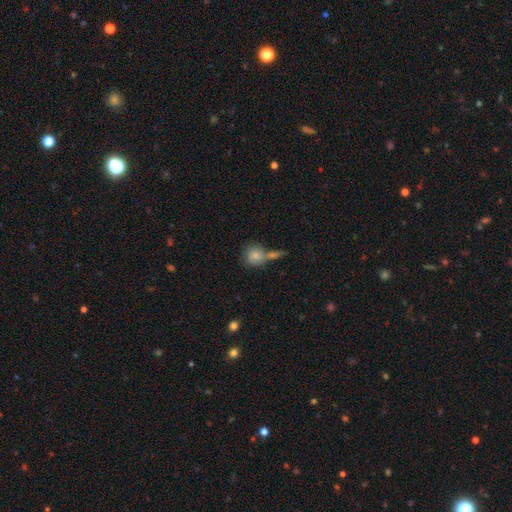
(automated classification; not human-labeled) smooth 80%, featured or disk 11%, star or artifact 8%. Down the decision tree: how rounded — round (83%); merging — none (44%).